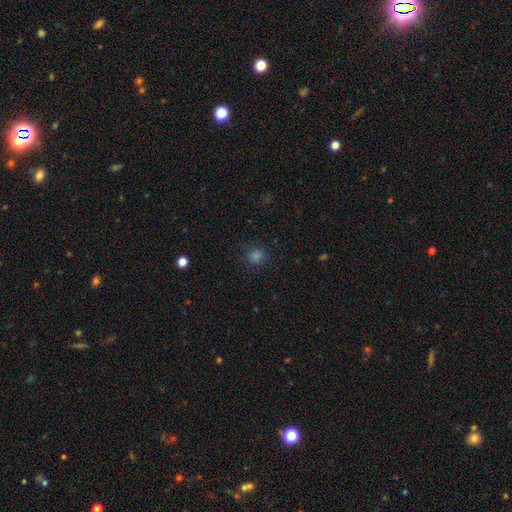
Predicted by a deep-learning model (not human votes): The model was most divided on "smooth or featured": smooth: 71%, star or artifact: 24%, featured or disk: 5%. More confident: how rounded — round (91%); merging — none (86%).